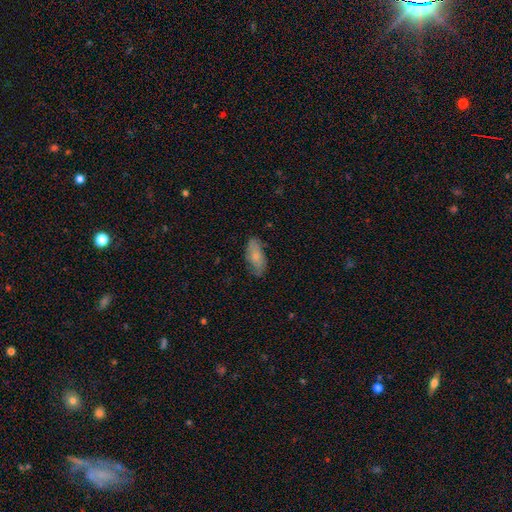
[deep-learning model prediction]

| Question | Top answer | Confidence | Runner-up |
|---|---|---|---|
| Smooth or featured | smooth | 64% | featured or disk (29%) |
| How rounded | in between | 85% | cigar-shaped (12%) |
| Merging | none | 74% | minor disturbance (20%) |